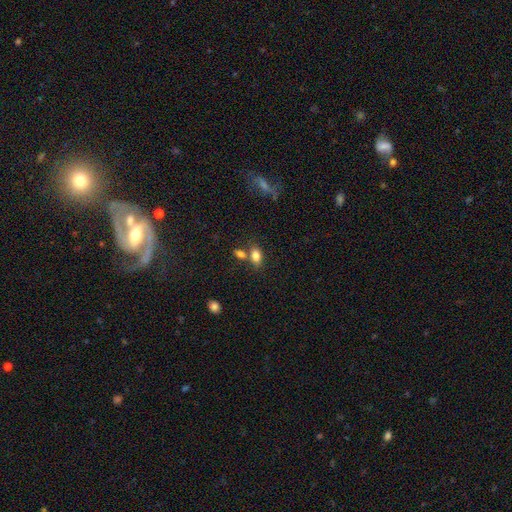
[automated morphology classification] Smooth or featured: smooth — 81% (star or artifact — 10%)
How rounded: in between — 85% (round — 12%)
Merging: none — 54% (merger — 29%)